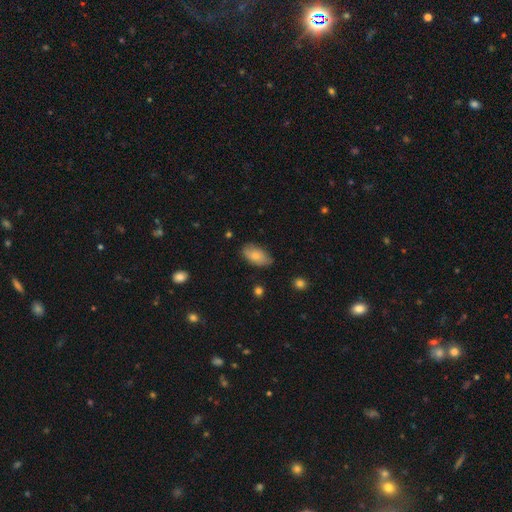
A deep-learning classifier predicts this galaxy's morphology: The model was most divided on "merging": none: 75%, minor disturbance: 21%, major disturbance: 3%, merger: 1%. More confident: how rounded — in between (93%); smooth or featured — smooth (76%).